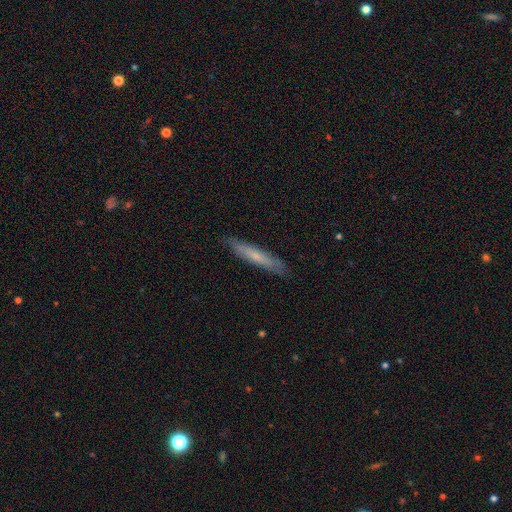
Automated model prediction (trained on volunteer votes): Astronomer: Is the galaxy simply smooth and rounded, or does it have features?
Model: smooth — 59% (runner-up: featured or disk, 35%).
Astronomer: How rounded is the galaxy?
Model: cigar-shaped — 92%.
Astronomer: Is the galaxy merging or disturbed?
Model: none — 88%.